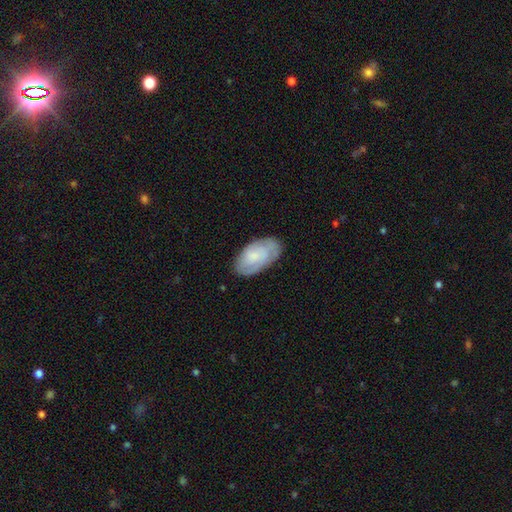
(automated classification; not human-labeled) Smooth or featured: smooth — 55% (featured or disk — 39%)
How rounded: in between — 94% (round — 4%)
Merging: none — 75% (minor disturbance — 19%)